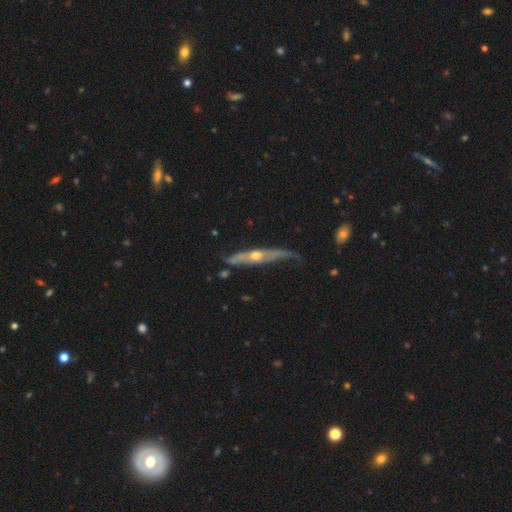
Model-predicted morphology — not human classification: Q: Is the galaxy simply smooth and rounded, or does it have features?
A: featured or disk — 74%.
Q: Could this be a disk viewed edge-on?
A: yes — 88%.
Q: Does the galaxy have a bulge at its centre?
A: rounded — 87%.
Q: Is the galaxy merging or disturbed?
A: none — 62%.